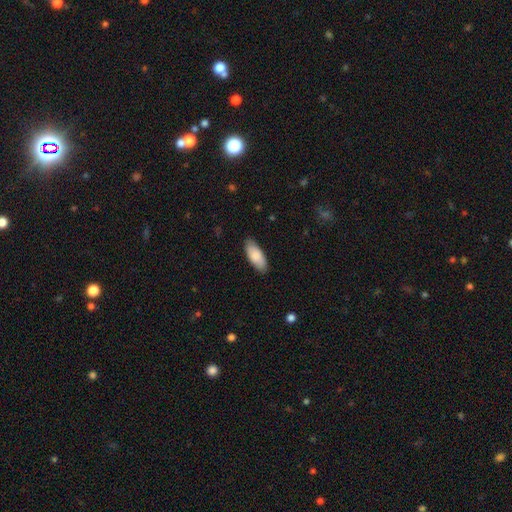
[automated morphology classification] A smooth galaxy with no disk features (85%) that is in between round and cigar-shaped (83%).

Vote fractions:
- Smooth or featured? smooth: 85% / featured or disk: 9% / star or artifact: 5%
- How rounded? in between: 83% / cigar-shaped: 15% / round: 2%
- Merging? none: 85% / minor disturbance: 12% / major disturbance: 2% / merger: 1%